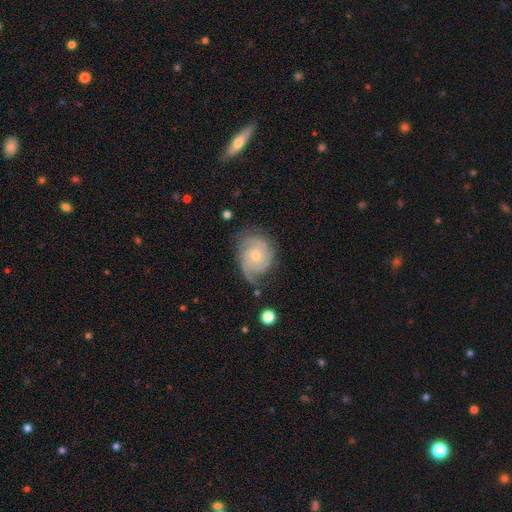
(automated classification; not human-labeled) featured or disk 83%, smooth 11%, star or artifact 6%. Down the decision tree: edge-on disk — no (98%); bar — no (74%); spiral arms — yes (96%); spiral arm count — 2 (34%); spiral winding — tight (61%); bulge size — small (64%); merging — none (63%).